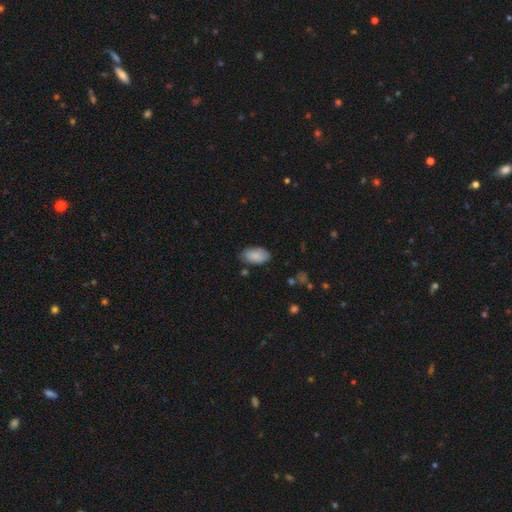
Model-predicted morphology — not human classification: smooth-or-featured: smooth: 86% | featured or disk: 7% | star or artifact: 6%
  how-rounded: in between: 95% | round: 3% | cigar-shaped: 2%
  merging: none: 79% | minor disturbance: 16% | major disturbance: 3% | merger: 2%